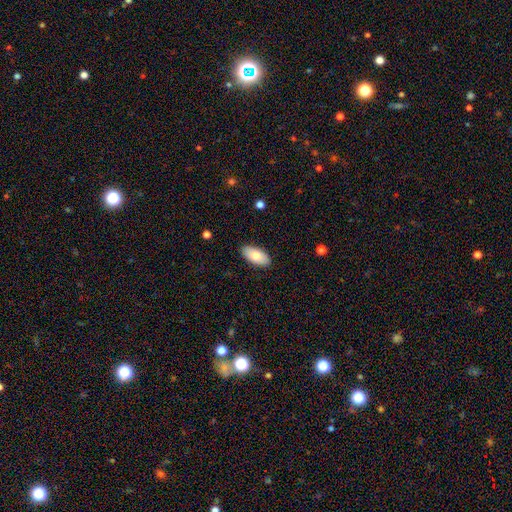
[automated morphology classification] This is likely a smooth galaxy (78%). How rounded: clearly in between (93%). Merging: clearly none (89%).